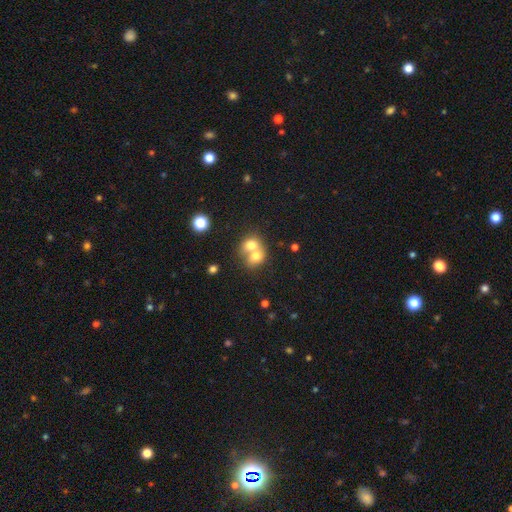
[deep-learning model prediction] A smooth galaxy with no disk features (70%) that is round (60%).

Vote fractions:
- Smooth or featured? smooth: 70% / featured or disk: 20% / star or artifact: 10%
- How rounded? round: 60% / in between: 39% / cigar-shaped: 1%
- Merging? merger: 73% / none: 19% / minor disturbance: 5% / major disturbance: 3%